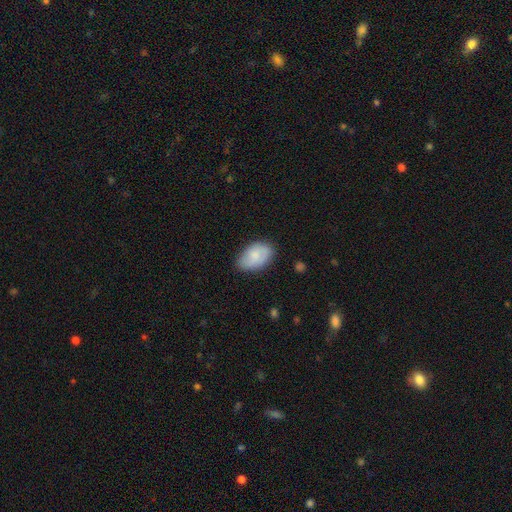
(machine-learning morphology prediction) Smooth or featured: smooth — 80% (featured or disk — 14%)
How rounded: in between — 91% (round — 8%)
Merging: none — 74% (minor disturbance — 20%)